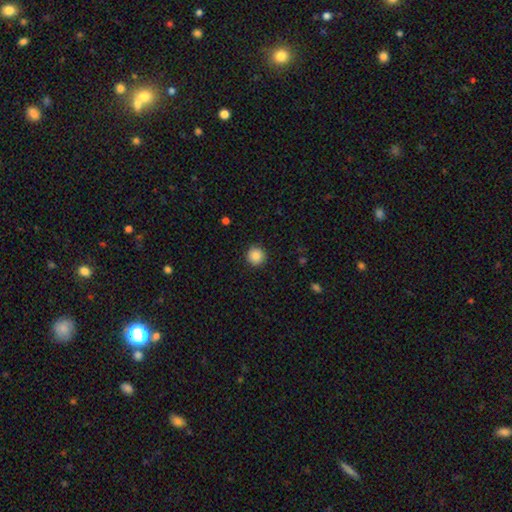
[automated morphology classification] Overall: smooth (87%). How rounded: round (95%). Merging: none (92%).